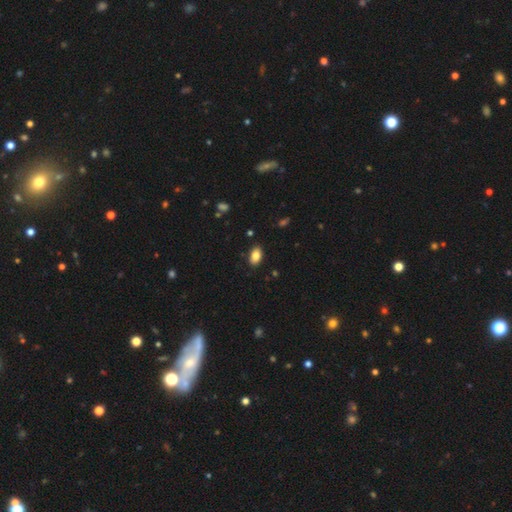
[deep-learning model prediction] A smooth galaxy with no disk features (84%) that is in between round and cigar-shaped (92%).

Vote fractions:
- Smooth or featured? smooth: 84% / featured or disk: 8% / star or artifact: 8%
- How rounded? in between: 92% / round: 6% / cigar-shaped: 2%
- Merging? none: 87% / minor disturbance: 10% / major disturbance: 2% / merger: 1%